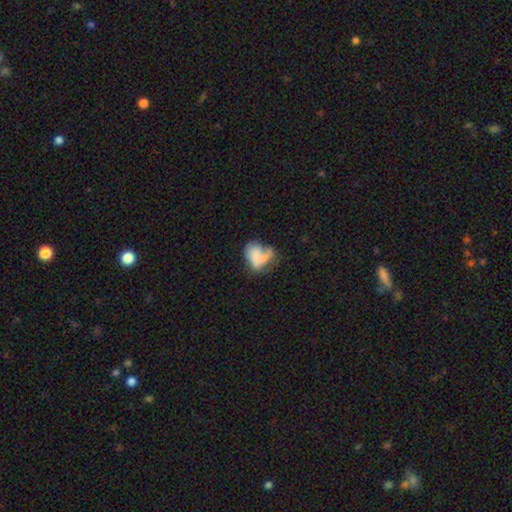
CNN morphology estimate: A smooth galaxy with no disk features (58%) that is in between round and cigar-shaped (71%). Merging: merger (28%, tied with major disturbance).